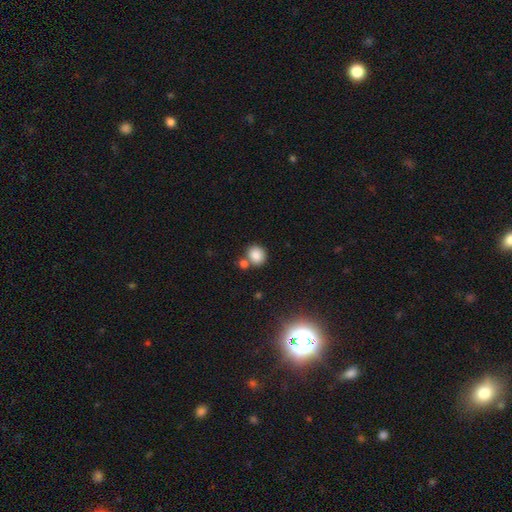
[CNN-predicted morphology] smooth 85%, star or artifact 10%, featured or disk 6%. Down the decision tree: how rounded — round (79%); merging — none (67%).